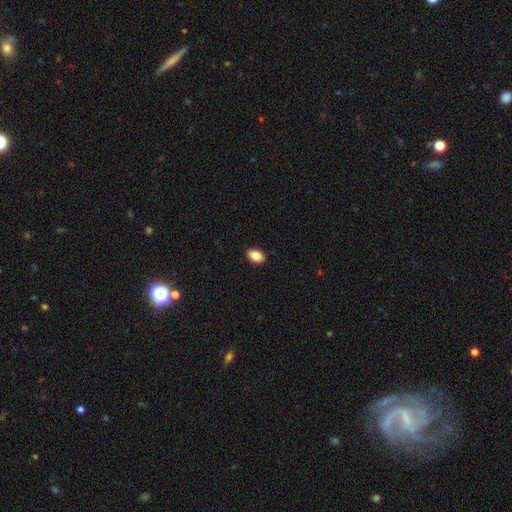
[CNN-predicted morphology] This is clearly a smooth galaxy (86%). How rounded: clearly in between (88%). Merging: clearly none (90%).